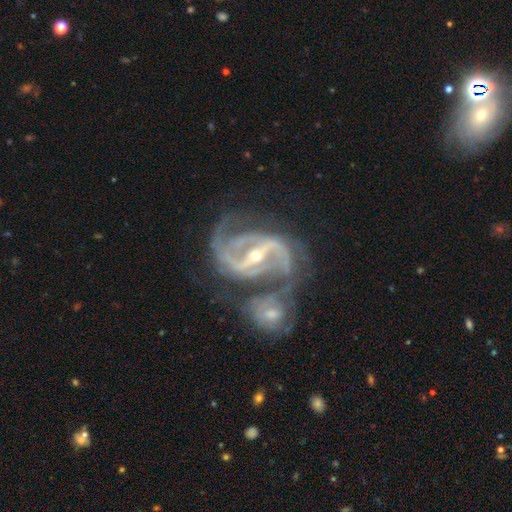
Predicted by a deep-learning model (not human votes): featured or disk 93%, star or artifact 5%, smooth 3%. Down the decision tree: edge-on disk — no (97%); bar — strong (72%); spiral arms — yes (98%); spiral arm count — 2 (81%); spiral winding — medium (55%); bulge size — small (53%); merging — none (40%).